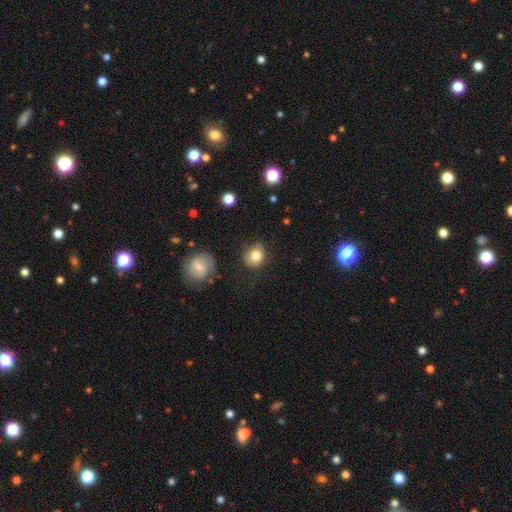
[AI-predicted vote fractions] smooth 80%, featured or disk 11%, star or artifact 9%. Down the decision tree: how rounded — round (71%); merging — none (66%).